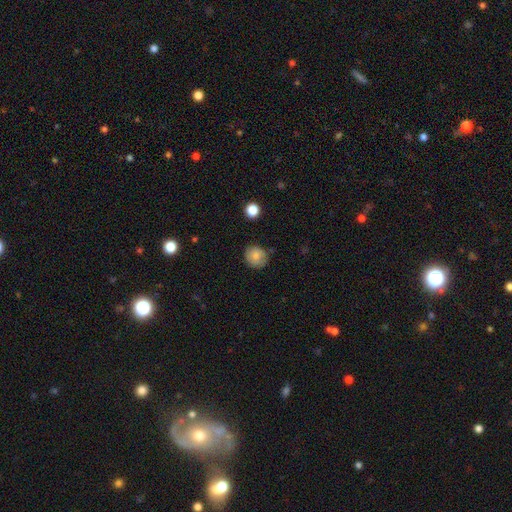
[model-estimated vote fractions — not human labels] This appears to be a smooth galaxy with no disk features (81%) that is round (86%). Merging: none (79%).